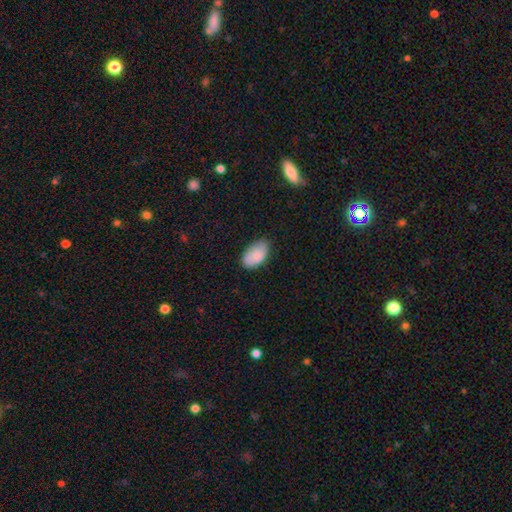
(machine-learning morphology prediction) A smooth galaxy with no disk features (81%) that is in between round and cigar-shaped (94%).

Vote fractions:
- Smooth or featured? smooth: 81% / featured or disk: 13% / star or artifact: 7%
- How rounded? in between: 94% / round: 5% / cigar-shaped: 1%
- Merging? none: 71% / minor disturbance: 23% / major disturbance: 4% / merger: 2%